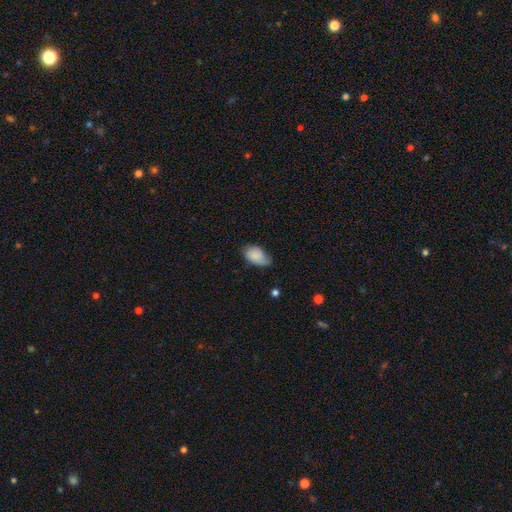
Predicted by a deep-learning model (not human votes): smooth_or_featured: smooth (p=0.85) [alt: featured or disk p=0.08]
how_rounded: in between (p=0.92) [alt: round p=0.07]
merging: none (p=0.55) [alt: minor disturbance p=0.36]